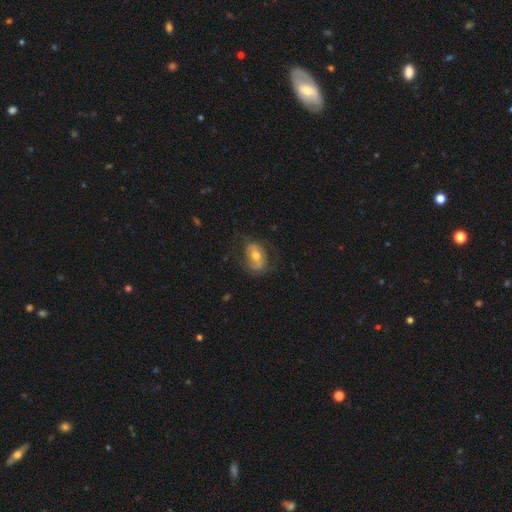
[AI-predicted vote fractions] Q: Smooth or featured?
A: featured or disk (56%); runner-up: smooth (36%)
Q: Edge-on disk?
A: no (94%); runner-up: yes (6%)
Q: Bar?
A: no (48%); runner-up: weak (32%)
Q: Spiral arms?
A: yes (55%); runner-up: no (45%)
Q: Bulge size?
A: moderate (74%); runner-up: small (16%)
Q: Merging?
A: none (62%); runner-up: minor disturbance (23%)